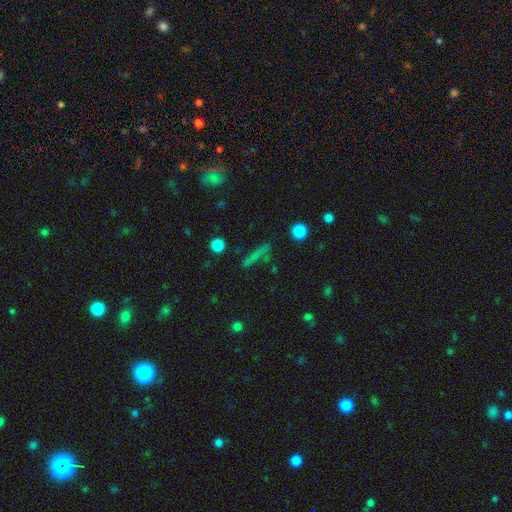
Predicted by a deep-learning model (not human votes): This is possibly a smooth galaxy (59%). How rounded: clearly cigar-shaped (82%). Merging: likely none (79%).